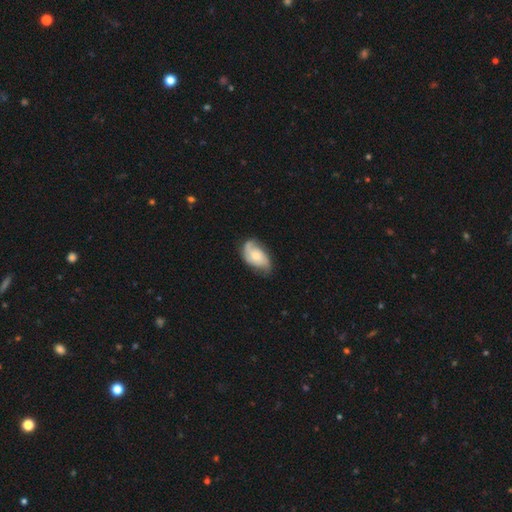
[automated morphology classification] Q: Smooth or featured?
A: featured or disk (60%); runner-up: smooth (33%)
Q: Edge-on disk?
A: no (96%); runner-up: yes (4%)
Q: Bar?
A: no (72%); runner-up: weak (24%)
Q: Spiral arms?
A: yes (89%); runner-up: no (11%)
Q: Spiral winding?
A: medium (41%); runner-up: loose (31%)
Q: Spiral arm count?
A: 2 (69%); runner-up: can't tell (13%)
Q: Bulge size?
A: moderate (40%); tied with: small (40%)
Q: Merging?
A: none (52%); runner-up: minor disturbance (33%)